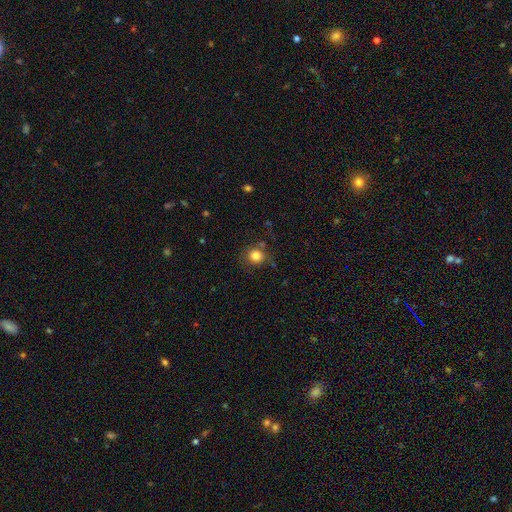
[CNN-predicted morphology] A smooth galaxy with no disk features (82%) that is round (87%). Merging: none (74%).